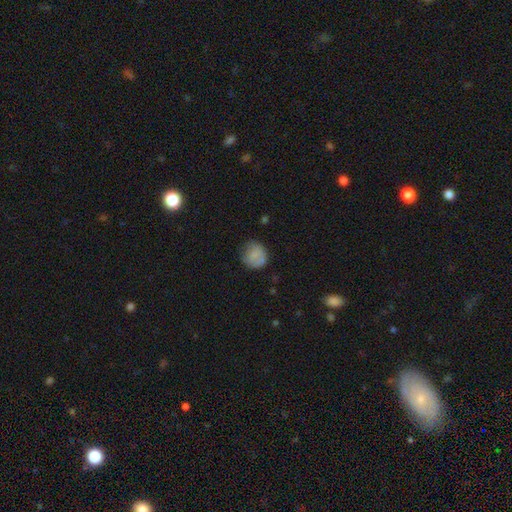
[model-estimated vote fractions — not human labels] This appears to be a smooth galaxy with no disk features (76%) that is round (86%). Merging: none (67%).